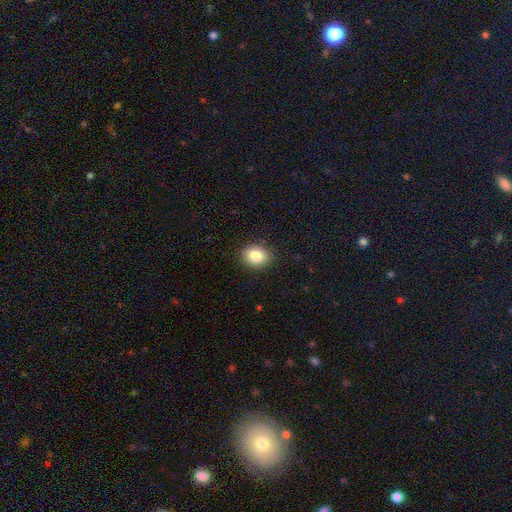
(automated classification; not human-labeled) The model was most divided on "how rounded": round: 51%, in between: 48%, cigar-shaped: 1%. More confident: merging — none (89%); smooth or featured — smooth (84%).